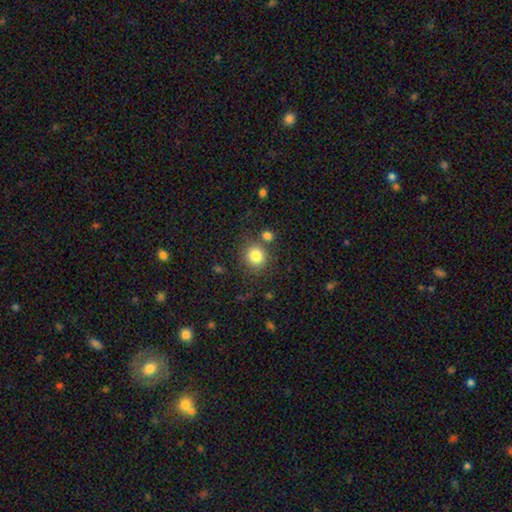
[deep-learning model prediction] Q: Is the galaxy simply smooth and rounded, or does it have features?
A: smooth — 82%.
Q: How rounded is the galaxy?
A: round — 88%.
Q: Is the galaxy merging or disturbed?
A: none — 77%.